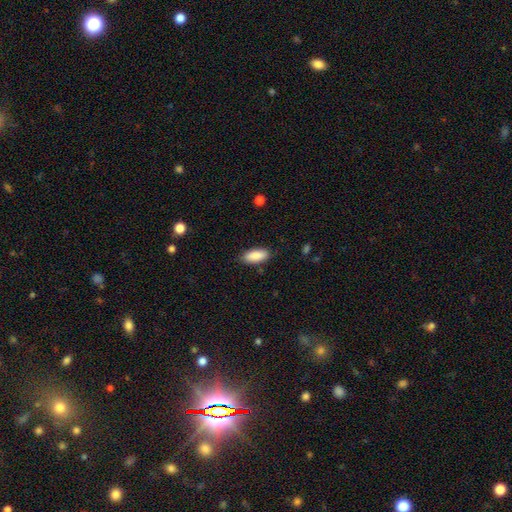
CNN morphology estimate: This appears to be a smooth galaxy with no disk features (89%) that is in between round and cigar-shaped (84%). Merging: none (86%).